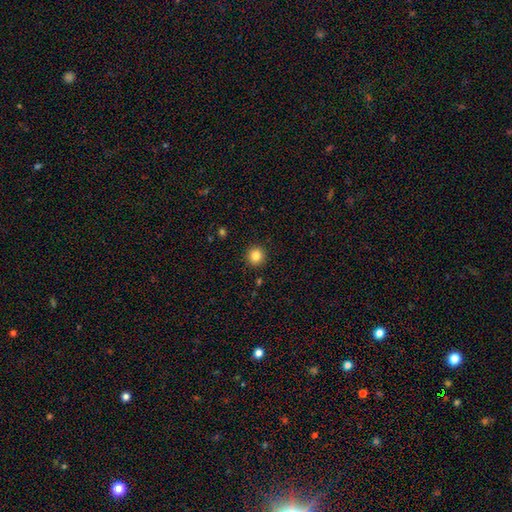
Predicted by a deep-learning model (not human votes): Smooth or featured?
  - smooth: 84% *
  - star or artifact: 11%
  - featured or disk: 5%
How rounded?
  - round: 94% *
  - in between: 5%
  - cigar-shaped: 1%
Merging?
  - none: 92% *
  - minor disturbance: 5%
  - major disturbance: 2%
  - merger: 1%